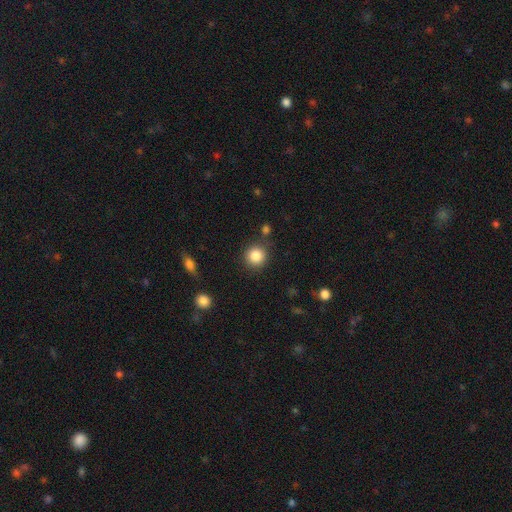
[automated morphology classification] Overall: smooth (86%). How rounded: round (92%). Merging: none (84%).